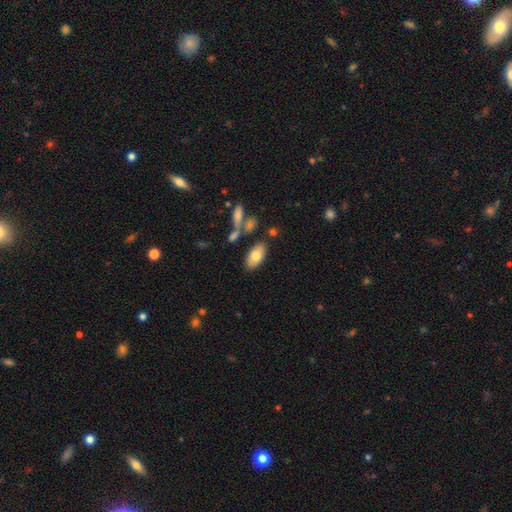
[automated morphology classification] The model was most divided on "smooth or featured": smooth: 76%, featured or disk: 17%, star or artifact: 7%. More confident: how rounded — in between (91%); merging — none (77%).